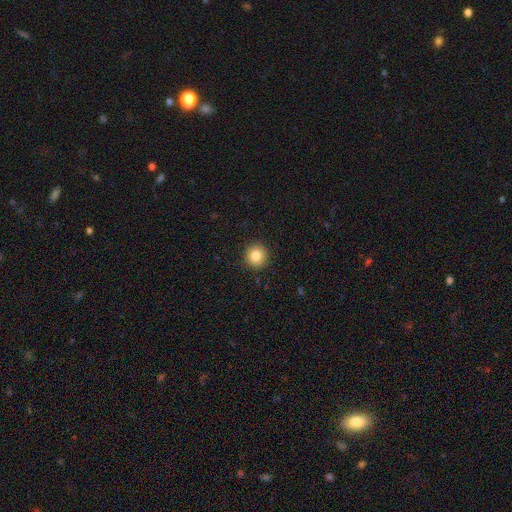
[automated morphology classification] A smooth galaxy with no disk features (83%) that is round (94%).

Vote fractions:
- Smooth or featured? smooth: 83% / star or artifact: 10% / featured or disk: 7%
- How rounded? round: 94% / in between: 5% / cigar-shaped: 1%
- Merging? none: 92% / minor disturbance: 5% / major disturbance: 2% / merger: 1%